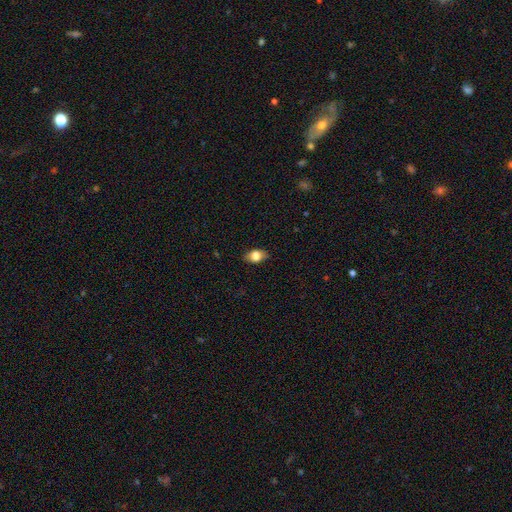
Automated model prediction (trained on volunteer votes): smooth 79%, featured or disk 13%, star or artifact 8%. Down the decision tree: how rounded — in between (82%); merging — none (84%).